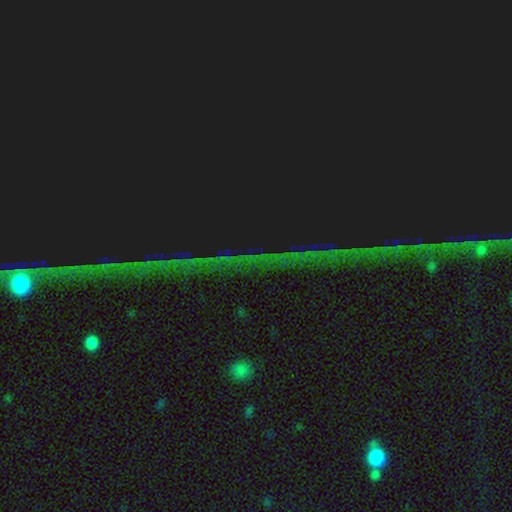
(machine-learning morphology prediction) Smooth or featured?
  - star or artifact: 83% *
  - smooth: 8%
  - featured or disk: 8%